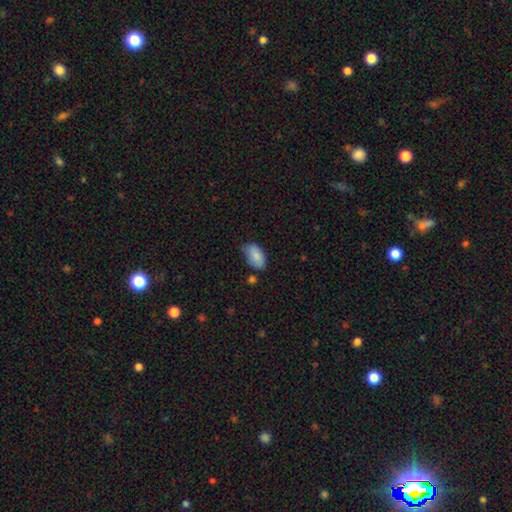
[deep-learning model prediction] A smooth galaxy with no disk features (85%) that is in between round and cigar-shaped (93%). Merging: none (56%).